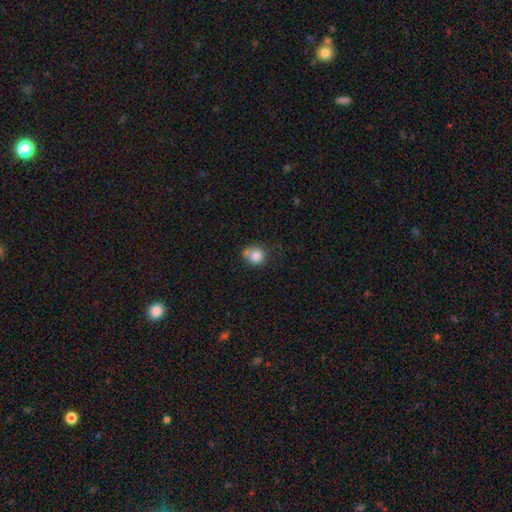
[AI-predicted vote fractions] smooth_or_featured: smooth (p=0.82) [alt: star or artifact p=0.10]
how_rounded: round (p=0.83) [alt: in between p=0.16]
merging: none (p=0.52) [alt: merger p=0.23]